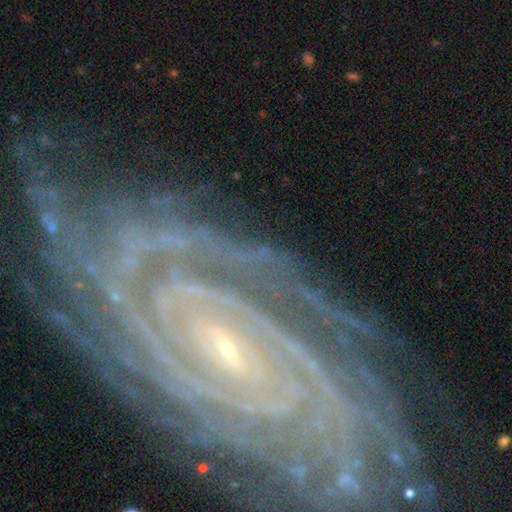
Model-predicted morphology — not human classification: A featured or disk galaxy (90%) with a weak bar (36%), 2 (25%) tight (83%) spiral arms (98%) and a small central bulge (83%).

Vote fractions:
- Smooth or featured? featured or disk: 90% / star or artifact: 7% / smooth: 4%
- Edge-on disk? no: 96% / yes: 4%
- Bar? weak: 36% / strong: 35% / no: 29%
- Spiral arms? yes: 98% / no: 2%
- Spiral winding? tight: 83% / medium: 14% / loose: 3%
- Spiral arm count? 2: 25% / can't tell: 19% / 4: 17% / 3: 16% / more than 4: 14% / 1: 9%
- Bulge size? small: 83% / moderate: 12% / none: 2% / large: 1% / dominant: 1%
- Merging? none: 76% / minor disturbance: 15% / major disturbance: 7% / merger: 2%